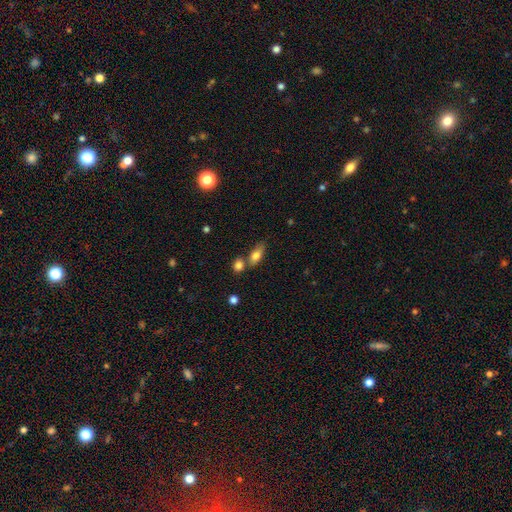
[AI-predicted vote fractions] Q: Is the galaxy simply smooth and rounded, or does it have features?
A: smooth — 76%.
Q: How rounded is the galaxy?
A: in between — 75%.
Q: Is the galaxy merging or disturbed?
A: none — 56%.